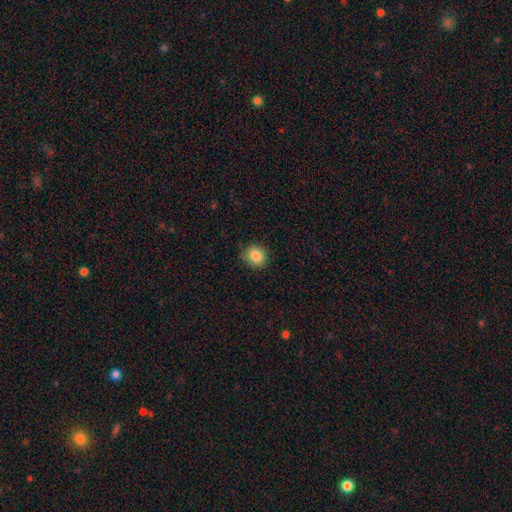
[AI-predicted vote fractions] smooth 86%, star or artifact 10%, featured or disk 5%. Down the decision tree: how rounded — round (86%); merging — none (85%).